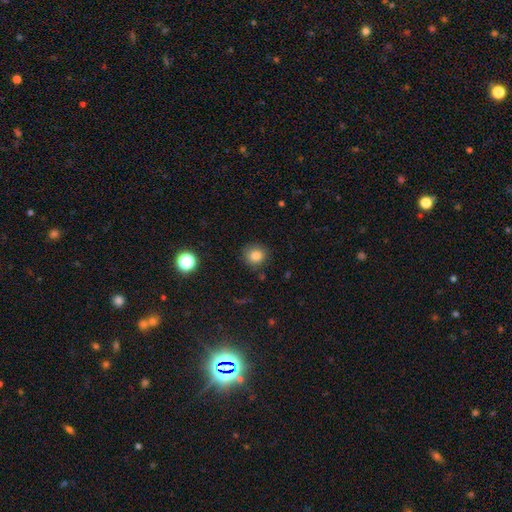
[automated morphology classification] This is clearly a smooth galaxy (83%). How rounded: clearly round (87%). Merging: clearly none (83%).